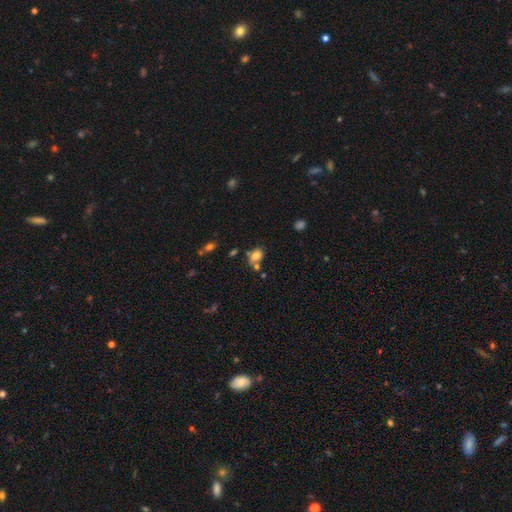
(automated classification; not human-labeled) A smooth galaxy with no disk features (72%) that is in between round and cigar-shaped (63%). Merging: none (47%).